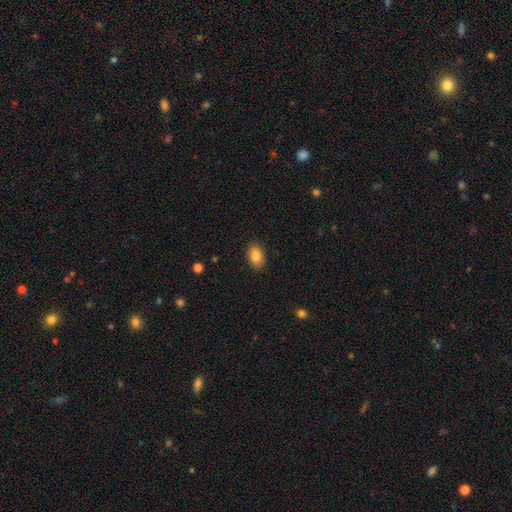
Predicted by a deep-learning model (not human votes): Smooth or featured? Predicted: smooth (p=0.85). How rounded? Predicted: in between (p=0.89). Merging? Predicted: none (p=0.87).